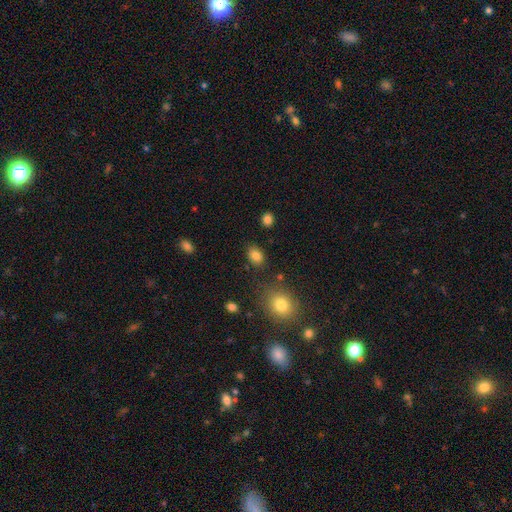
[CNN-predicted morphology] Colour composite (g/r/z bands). It shows a smooth galaxy with no disk features (83%) that is in between round and cigar-shaped (70%). Merging: none (82%).